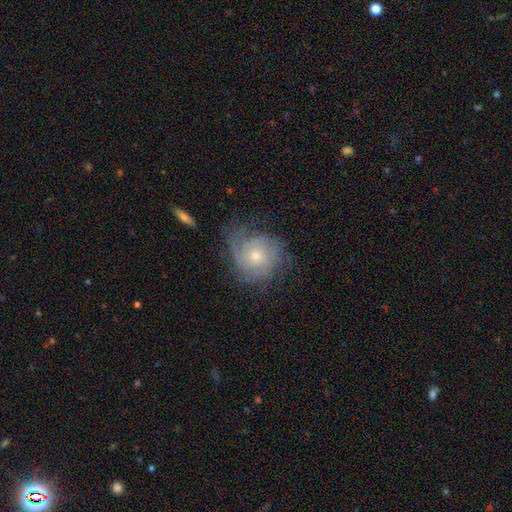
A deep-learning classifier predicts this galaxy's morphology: Q: Smooth or featured?
A: featured or disk (72%); runner-up: smooth (19%)
Q: Edge-on disk?
A: no (97%); runner-up: yes (3%)
Q: Bar?
A: no (80%); runner-up: weak (17%)
Q: Spiral arms?
A: yes (91%); runner-up: no (9%)
Q: Spiral winding?
A: tight (58%); runner-up: medium (31%)
Q: Spiral arm count?
A: can't tell (38%); runner-up: 3 (23%)
Q: Bulge size?
A: moderate (48%); runner-up: small (47%)
Q: Merging?
A: none (62%); runner-up: minor disturbance (23%)